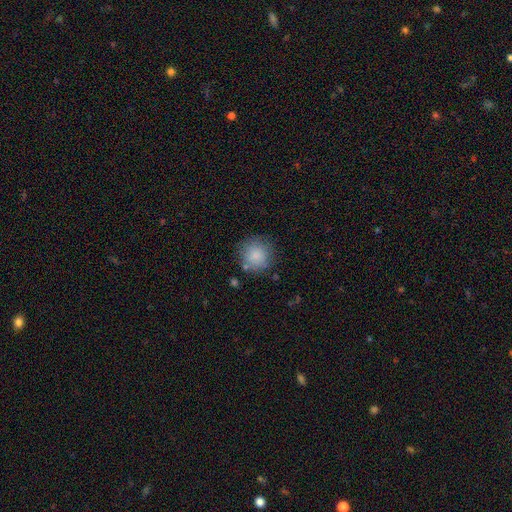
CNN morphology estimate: smooth-or-featured: smooth: 86% | star or artifact: 8% | featured or disk: 6%
  how-rounded: round: 94% | in between: 6% | cigar-shaped: 1%
  merging: none: 80% | minor disturbance: 12% | major disturbance: 4% | merger: 4%